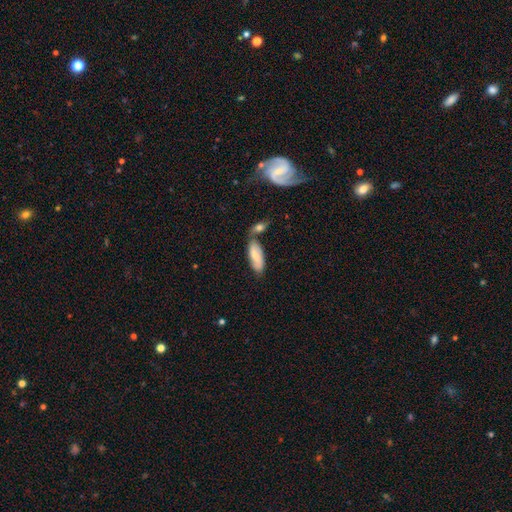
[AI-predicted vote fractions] A smooth galaxy with no disk features (63%) that is in between round and cigar-shaped (76%). Merging: none (51%).